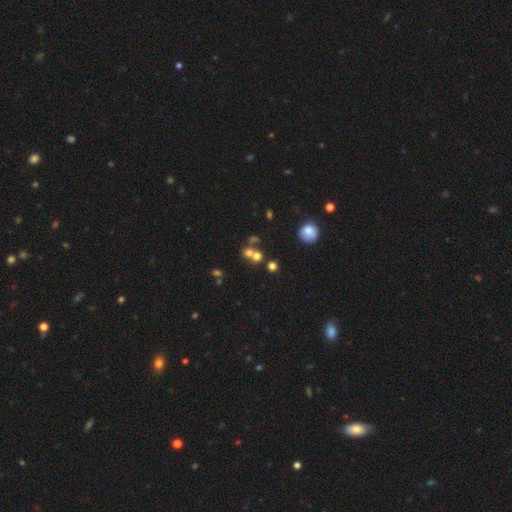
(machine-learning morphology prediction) Q: Smooth or featured?
A: smooth (64%); runner-up: star or artifact (19%)
Q: How rounded?
A: round (79%); runner-up: in between (20%)
Q: Merging?
A: merger (49%); runner-up: none (39%)